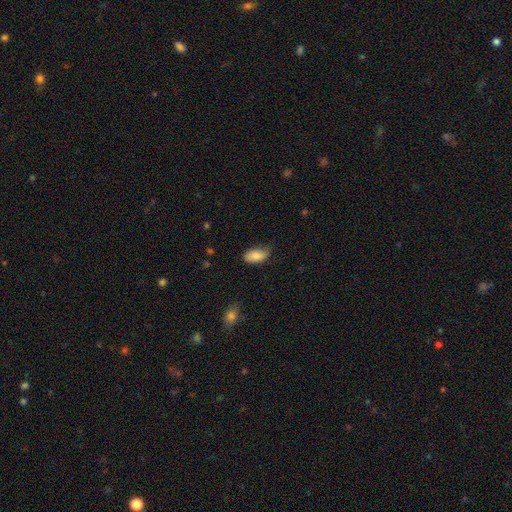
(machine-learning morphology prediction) This is clearly a smooth galaxy (84%). How rounded: clearly in between (93%). Merging: likely none (67%).